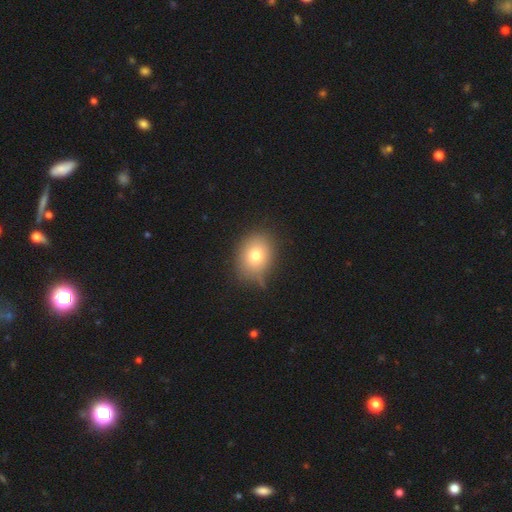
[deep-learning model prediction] A smooth galaxy with no disk features (77%) that is round (52%).

Vote fractions:
- Smooth or featured? smooth: 77% / featured or disk: 12% / star or artifact: 11%
- How rounded? round: 52% / in between: 47% / cigar-shaped: 1%
- Merging? none: 78% / minor disturbance: 16% / major disturbance: 4% / merger: 2%